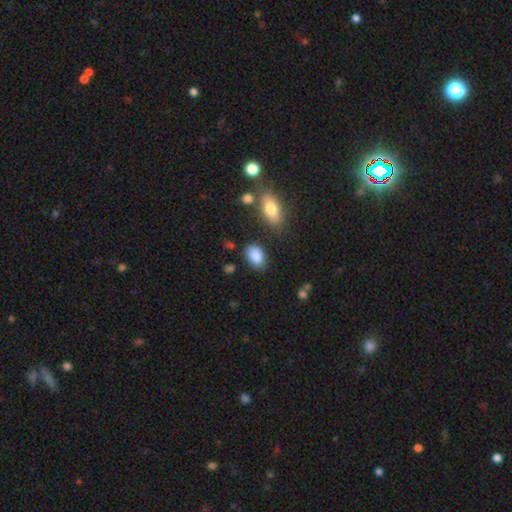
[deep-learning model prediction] This is clearly a smooth galaxy (87%). How rounded: clearly in between (87%). Merging: likely none (78%).